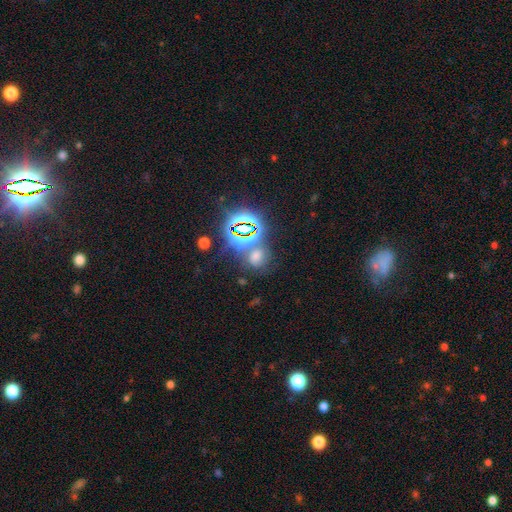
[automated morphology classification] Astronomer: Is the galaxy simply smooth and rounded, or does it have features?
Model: star or artifact — 56% (runner-up: smooth, 32%).